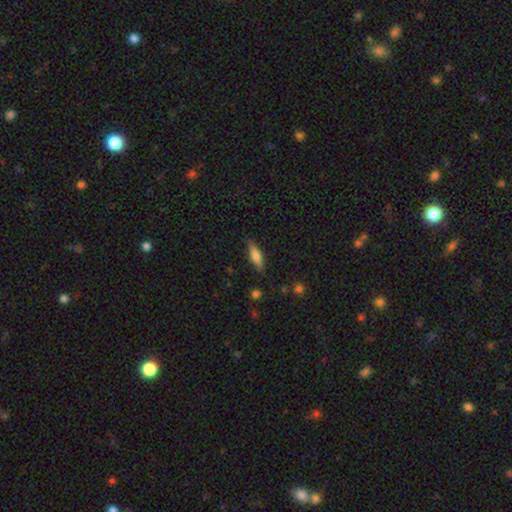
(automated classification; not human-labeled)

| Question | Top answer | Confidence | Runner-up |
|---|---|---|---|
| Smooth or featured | smooth | 68% | featured or disk (25%) |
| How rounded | cigar-shaped | 57% | in between (41%) |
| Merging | none | 85% | minor disturbance (11%) |